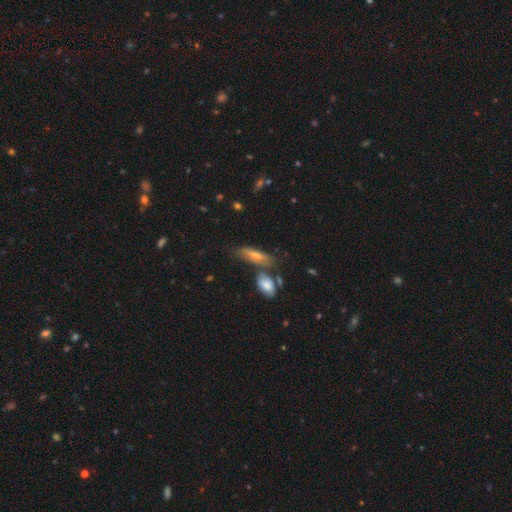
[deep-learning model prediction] Overall: smooth (48%; featured or disk 41%). Merging: none (56%; minor disturbance 19%).